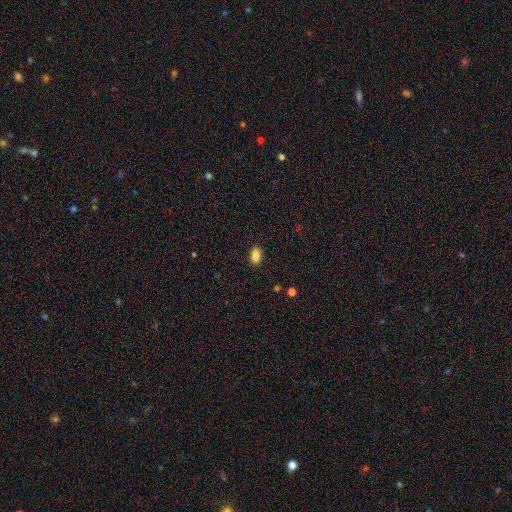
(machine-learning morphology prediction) Overall: smooth (87%). How rounded: in between (91%). Merging: none (89%).